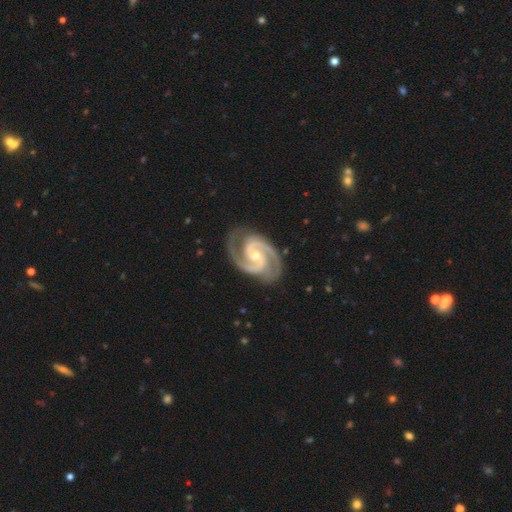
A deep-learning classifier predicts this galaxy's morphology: A featured or disk galaxy (94%) with no bar (47%), 2 (84%) medium (53%) spiral arms (99%) and a small central bulge (55%). Merging: none (81%).